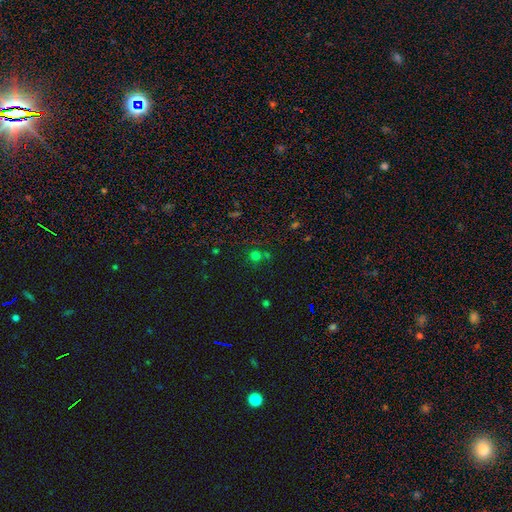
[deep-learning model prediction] smooth 63%, star or artifact 30%, featured or disk 7%. Down the decision tree: how rounded — round (89%); merging — none (68%).